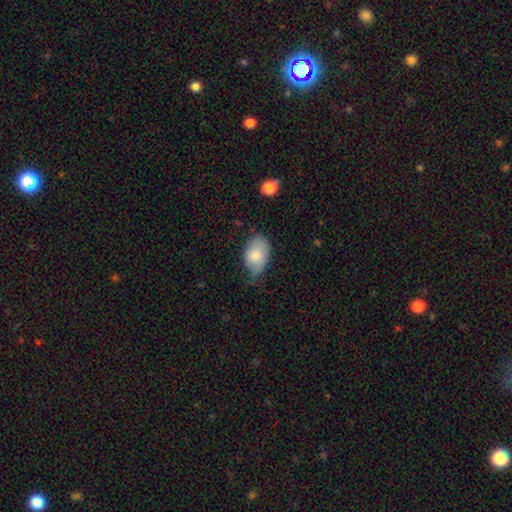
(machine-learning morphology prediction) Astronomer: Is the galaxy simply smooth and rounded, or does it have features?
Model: smooth — 78%.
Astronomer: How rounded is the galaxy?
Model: in between — 88%.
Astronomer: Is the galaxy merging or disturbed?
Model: none — 55% (runner-up: minor disturbance, 36%).